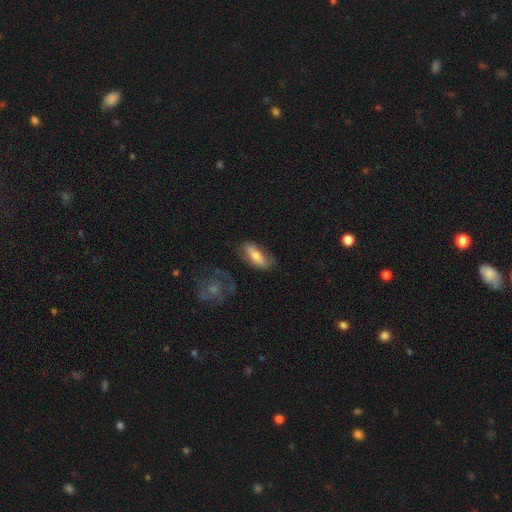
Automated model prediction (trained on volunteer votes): The model was most divided on "smooth or featured": smooth: 62%, featured or disk: 31%, star or artifact: 7%. More confident: merging — none (70%); how rounded — in between (67%).